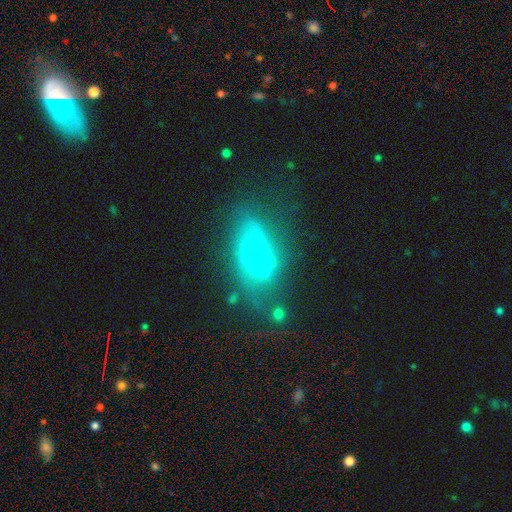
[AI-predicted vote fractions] smooth_or_featured: featured or disk (p=0.65) [alt: smooth p=0.26]
disk_edge_on: no (p=0.91) [alt: yes p=0.09]
bar: no (p=0.62) [alt: weak p=0.29]
has_spiral_arms: yes (p=0.73) [alt: no p=0.27]
bulge_size: small (p=0.59) [alt: moderate p=0.36]
merging: none (p=0.49) [alt: minor disturbance p=0.26]